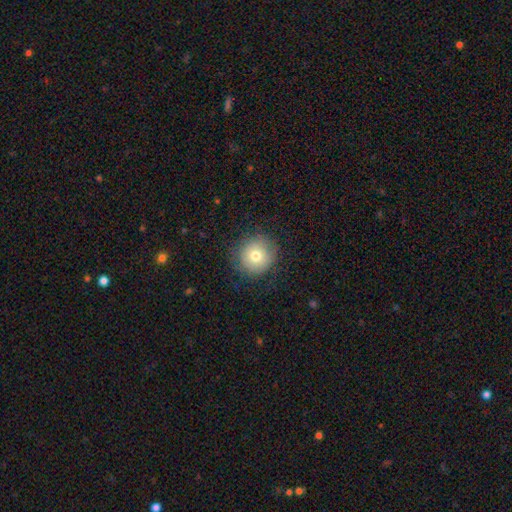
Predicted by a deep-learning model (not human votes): smooth_or_featured: smooth (p=0.74) [alt: featured or disk p=0.15]
how_rounded: round (p=0.93) [alt: in between p=0.06]
merging: none (p=0.83) [alt: minor disturbance p=0.11]